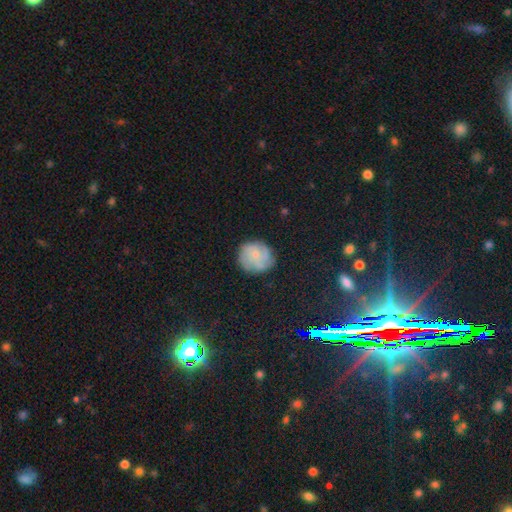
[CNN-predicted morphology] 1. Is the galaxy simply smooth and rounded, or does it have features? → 48% featured or disk, 40% smooth, 12% star or artifact.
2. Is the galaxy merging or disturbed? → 77% none, 17% minor disturbance, 6% major disturbance, 1% merger.